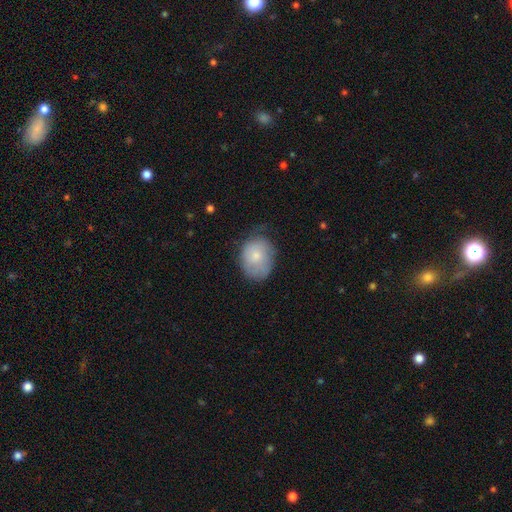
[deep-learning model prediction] A smooth galaxy with no disk features (74%) that is in between round and cigar-shaped (56%).

Vote fractions:
- Smooth or featured? smooth: 74% / featured or disk: 20% / star or artifact: 7%
- How rounded? in between: 56% / round: 44% / cigar-shaped: 1%
- Merging? none: 53% / minor disturbance: 34% / major disturbance: 11% / merger: 1%